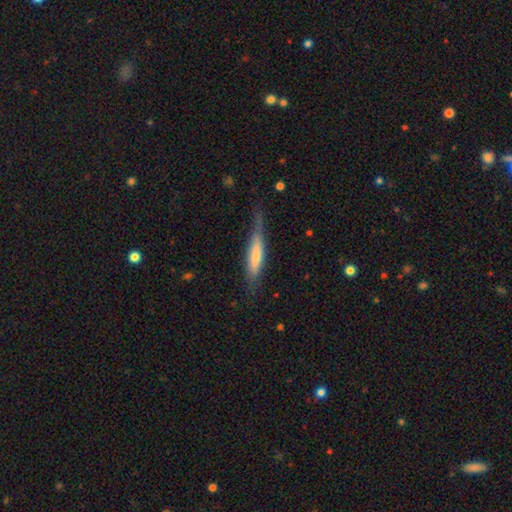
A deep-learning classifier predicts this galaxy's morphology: A smooth galaxy with no disk features (59%) that is cigar-shaped (84%).

Vote fractions:
- Smooth or featured? smooth: 59% / featured or disk: 36% / star or artifact: 6%
- How rounded? cigar-shaped: 84% / in between: 14% / round: 2%
- Merging? none: 61% / minor disturbance: 27% / major disturbance: 10% / merger: 2%